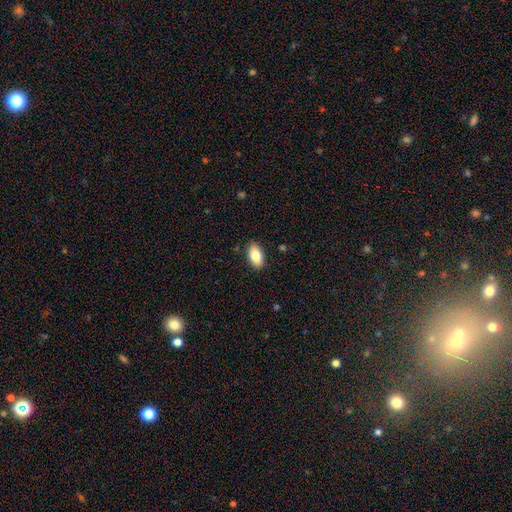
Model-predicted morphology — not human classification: The model was most divided on "smooth or featured": smooth: 82%, featured or disk: 11%, star or artifact: 7%. More confident: how rounded — in between (93%); merging — none (89%).